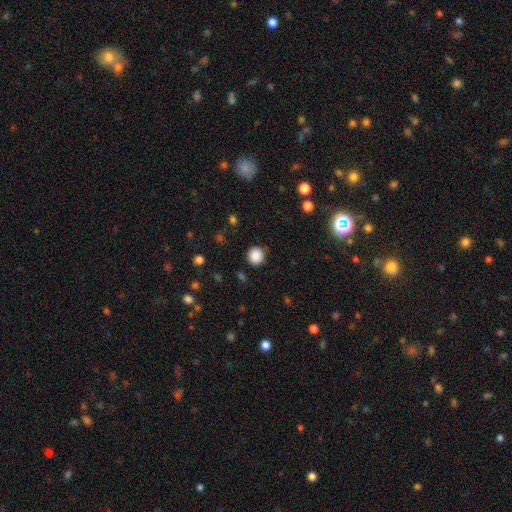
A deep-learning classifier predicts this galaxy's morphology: A smooth galaxy with no disk features (88%) that is round (89%).

Vote fractions:
- Smooth or featured? smooth: 88% / star or artifact: 9% / featured or disk: 3%
- How rounded? round: 89% / in between: 10% / cigar-shaped: 1%
- Merging? none: 89% / minor disturbance: 7% / major disturbance: 2% / merger: 1%